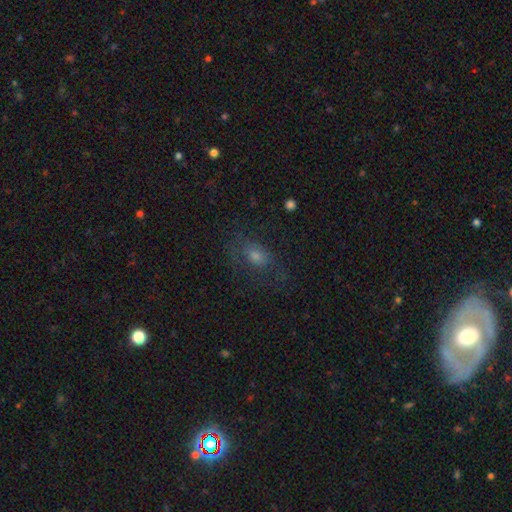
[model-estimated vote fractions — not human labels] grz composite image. It shows a smooth galaxy with no disk features (56%) that is in between round and cigar-shaped (75%). Merging: none (56%).